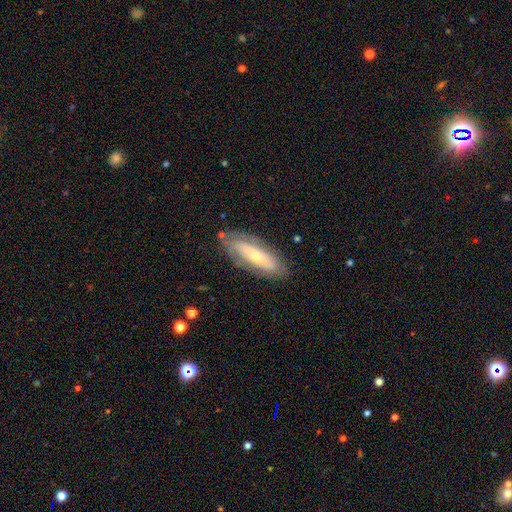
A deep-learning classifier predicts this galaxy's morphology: Smooth or featured? Predicted: featured or disk (p=0.57). Edge-on disk? Predicted: no (p=0.73). Merging? Predicted: none (p=0.78).